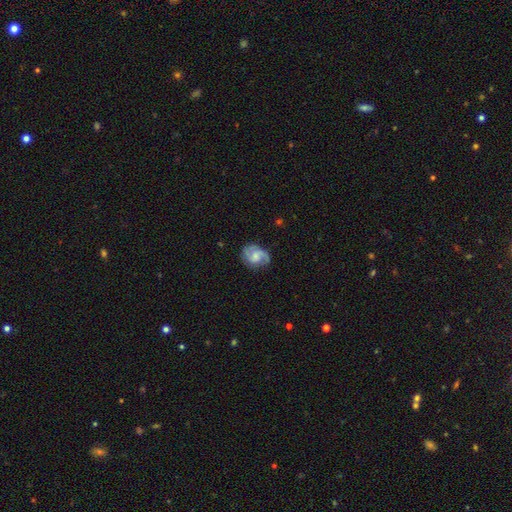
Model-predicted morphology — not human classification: featured or disk 67%, smooth 26%, star or artifact 7%. Down the decision tree: edge-on disk — no (97%); bar — no (59%); spiral arms — yes (92%); spiral arm count — 2 (64%); spiral winding — medium (47%); bulge size — moderate (41%); merging — none (66%).